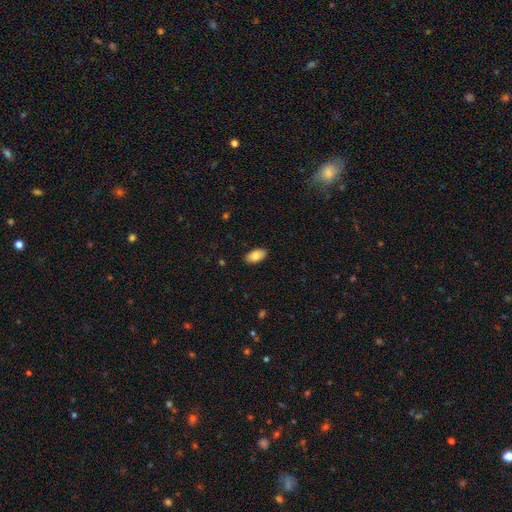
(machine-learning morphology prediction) smooth 83%, featured or disk 11%, star or artifact 7%. Down the decision tree: how rounded — in between (94%); merging — none (89%).